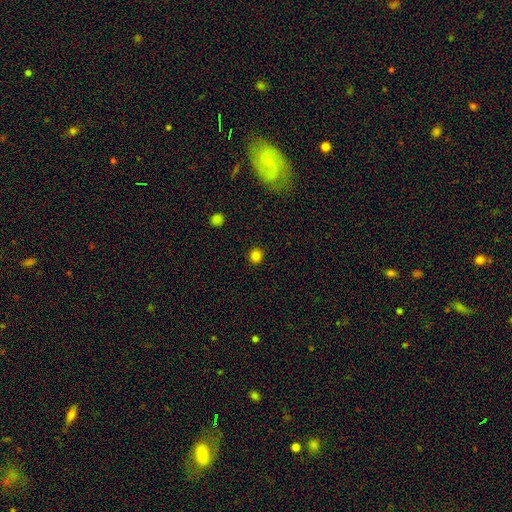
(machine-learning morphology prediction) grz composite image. It shows a smooth galaxy with no disk features (83%) that is round (89%). Merging: none (92%).